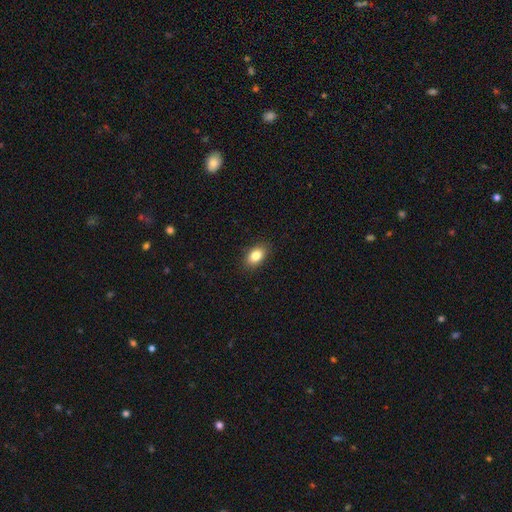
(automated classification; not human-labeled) Q: Smooth or featured?
A: smooth (84%); runner-up: star or artifact (8%)
Q: How rounded?
A: in between (87%); runner-up: round (12%)
Q: Merging?
A: none (88%); runner-up: minor disturbance (9%)